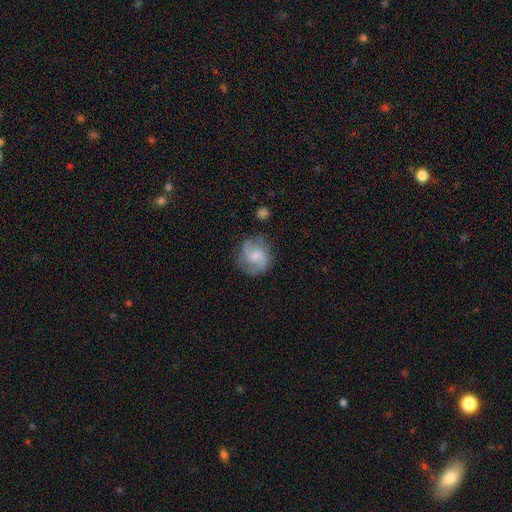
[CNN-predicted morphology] Q: Smooth or featured?
A: featured or disk (70%); runner-up: smooth (24%)
Q: Edge-on disk?
A: no (98%); runner-up: yes (2%)
Q: Bar?
A: no (46%); runner-up: weak (45%)
Q: Spiral arms?
A: yes (94%); runner-up: no (6%)
Q: Spiral winding?
A: medium (48%); runner-up: loose (34%)
Q: Spiral arm count?
A: 2 (81%); runner-up: can't tell (7%)
Q: Bulge size?
A: small (42%); runner-up: moderate (37%)
Q: Merging?
A: none (75%); runner-up: minor disturbance (16%)